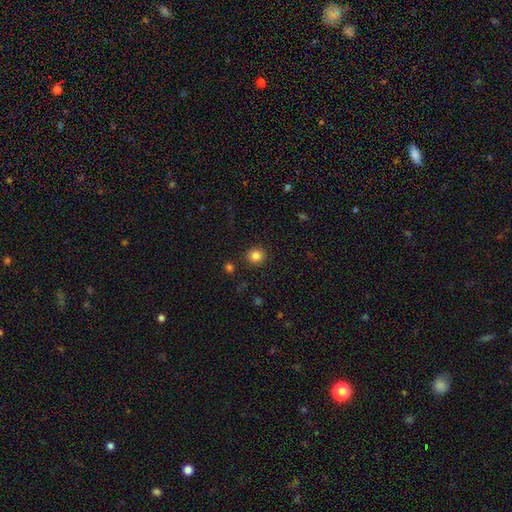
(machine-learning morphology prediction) smooth_or_featured: smooth (p=0.84) [alt: star or artifact p=0.12]
how_rounded: round (p=0.88) [alt: in between p=0.11]
merging: none (p=0.90) [alt: minor disturbance p=0.06]